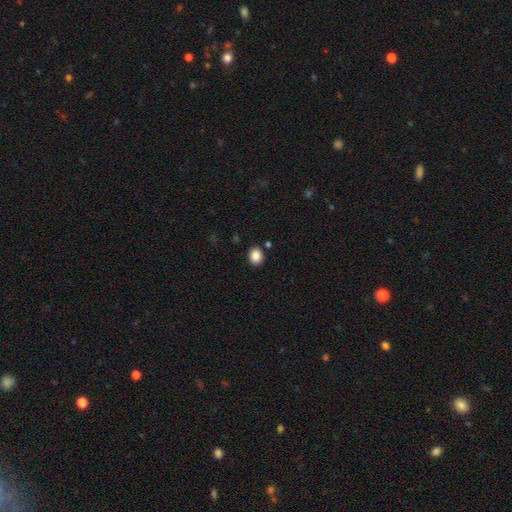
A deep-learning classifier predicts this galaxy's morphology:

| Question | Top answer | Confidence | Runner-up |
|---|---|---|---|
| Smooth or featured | smooth | 86% | star or artifact (9%) |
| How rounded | round | 59% | in between (40%) |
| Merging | none | 88% | minor disturbance (7%) |